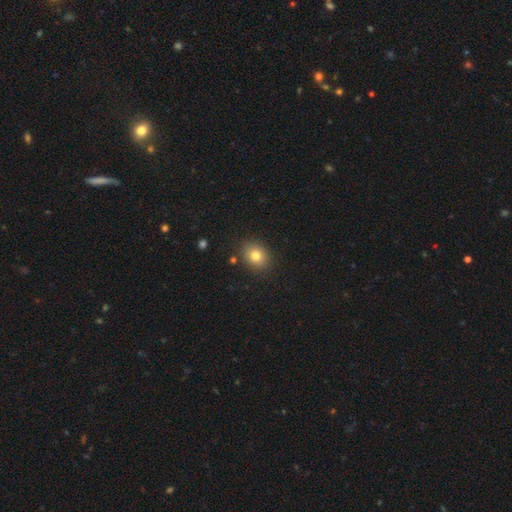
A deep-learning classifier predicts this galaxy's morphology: The model was most divided on "how rounded": round: 52%, in between: 47%, cigar-shaped: 1%. More confident: merging — none (85%); smooth or featured — smooth (79%).